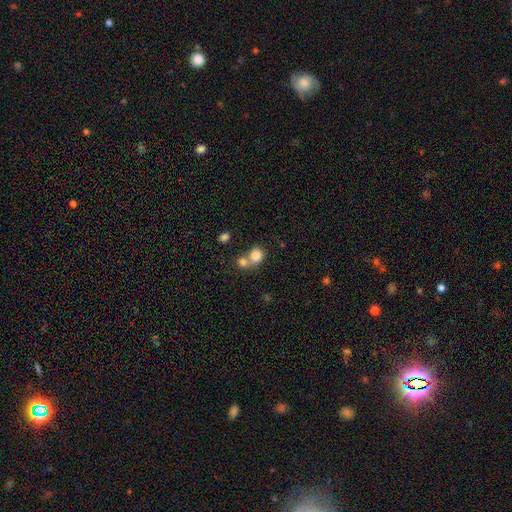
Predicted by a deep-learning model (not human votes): A smooth galaxy with no disk features (82%) that is round (77%). Merging: merger (51%).